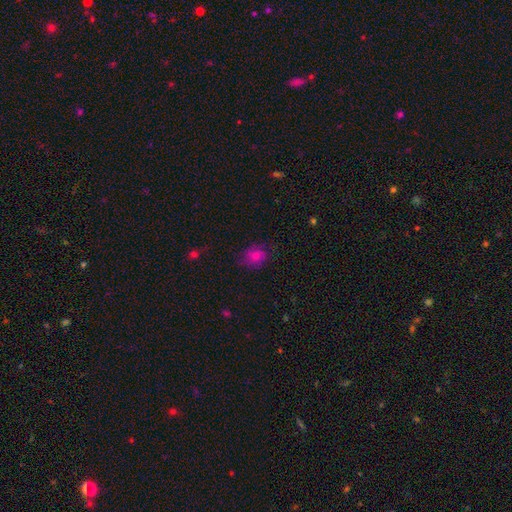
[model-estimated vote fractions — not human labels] Smooth or featured? smooth (66%)
How rounded? round (59%)
Merging? none (69%)